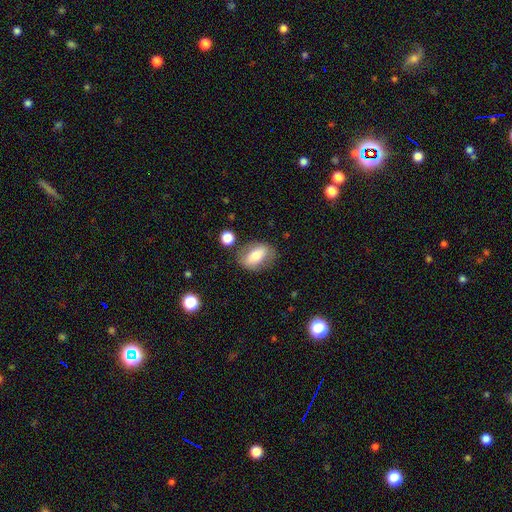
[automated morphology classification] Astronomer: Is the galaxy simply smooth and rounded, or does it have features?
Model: smooth — 64%.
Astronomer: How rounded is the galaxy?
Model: in between — 82%.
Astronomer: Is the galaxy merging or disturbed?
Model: none — 72%.